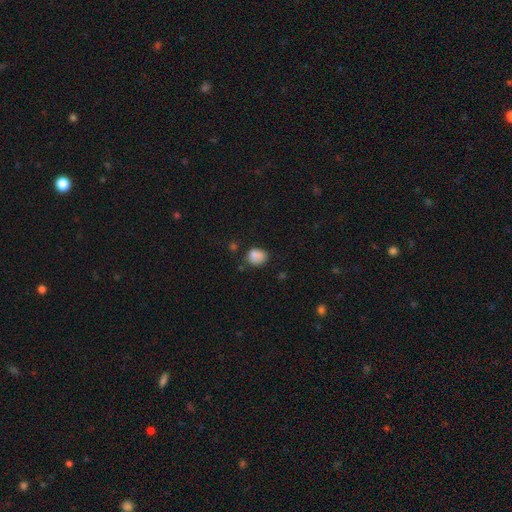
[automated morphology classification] smooth_or_featured: smooth (p=0.85) [alt: star or artifact p=0.10]
how_rounded: round (p=0.50) [alt: in between p=0.49]
merging: none (p=0.62) [alt: minor disturbance p=0.27]